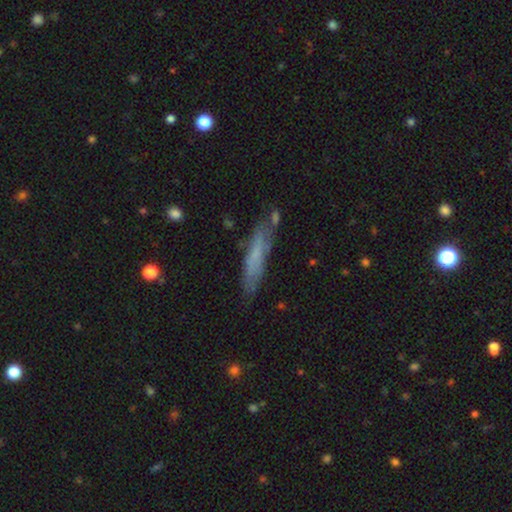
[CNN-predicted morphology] Smooth or featured? smooth (55%)
How rounded? cigar-shaped (85%)
Merging? none (72%)